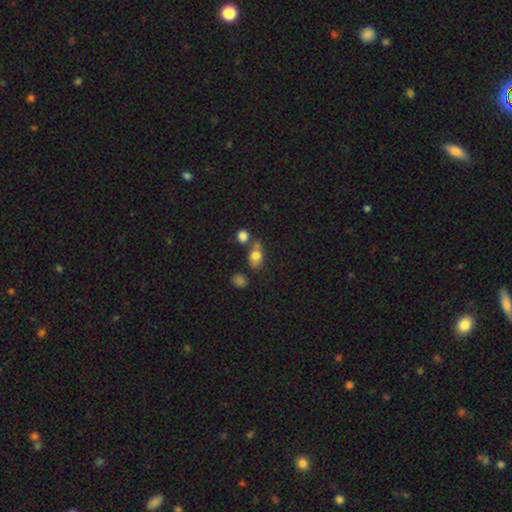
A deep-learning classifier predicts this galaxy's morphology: Smooth or featured? Predicted: smooth (p=0.76). How rounded? Predicted: in between (p=0.64). Merging? Predicted: none (p=0.45).